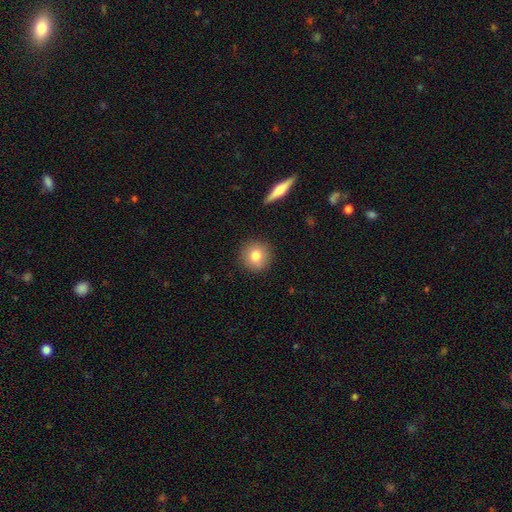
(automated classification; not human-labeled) Overall: smooth (79%). How rounded: round (93%). Merging: none (89%).